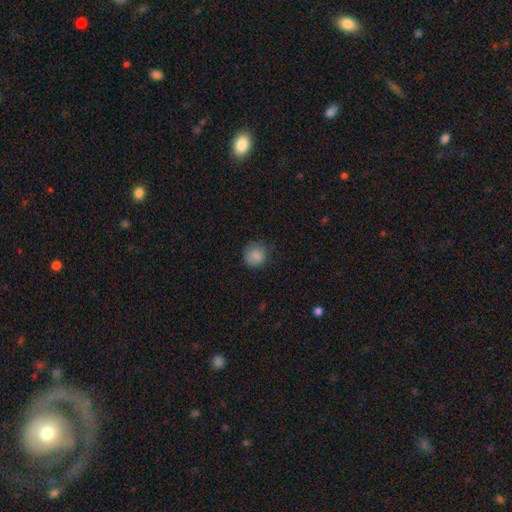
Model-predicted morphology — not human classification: Smooth or featured: smooth — 86% (star or artifact — 9%)
How rounded: round — 88% (in between — 11%)
Merging: none — 75% (minor disturbance — 19%)